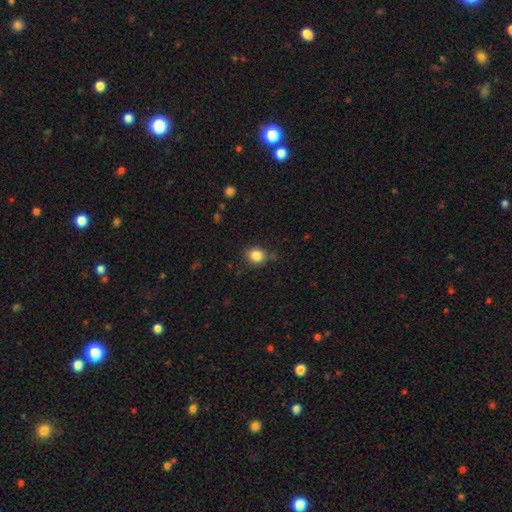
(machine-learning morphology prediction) A smooth galaxy with no disk features (84%) that is round (71%).

Vote fractions:
- Smooth or featured? smooth: 84% / star or artifact: 10% / featured or disk: 6%
- How rounded? round: 71% / in between: 28% / cigar-shaped: 1%
- Merging? none: 79% / minor disturbance: 16% / major disturbance: 3% / merger: 2%